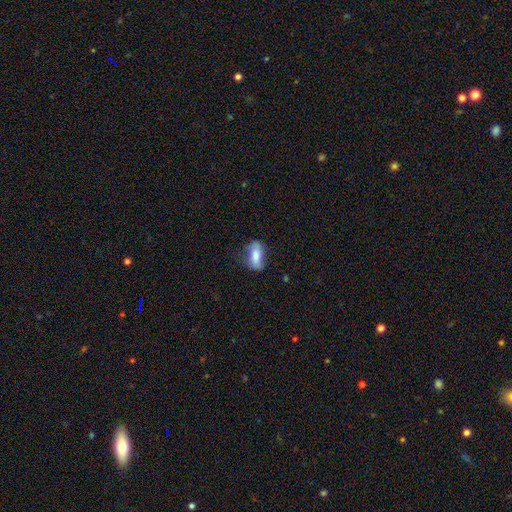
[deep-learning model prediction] This appears to be a smooth galaxy with no disk features (66%) that is in between round and cigar-shaped (80%). Merging: none (61%).